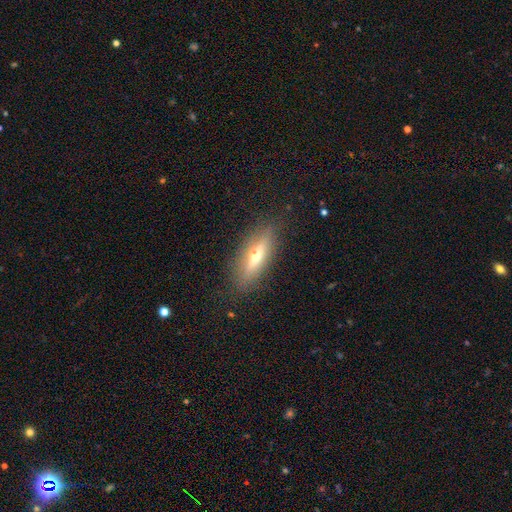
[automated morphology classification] A featured or disk galaxy (53%) viewed edge-on (84%). Merging: none (86%).